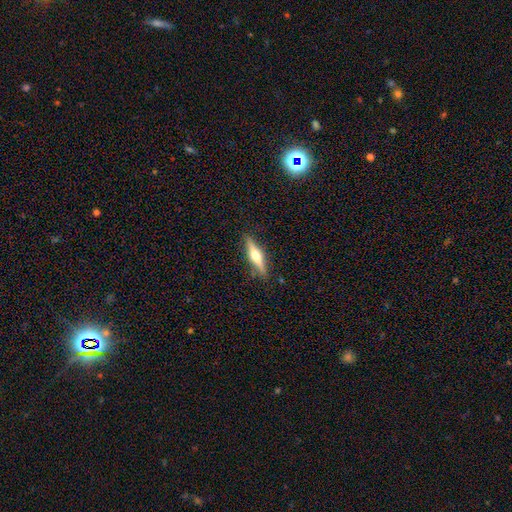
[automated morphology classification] A featured or disk galaxy (63%) viewed edge-on (96%) with a rounded central bulge (94%).

Vote fractions:
- Smooth or featured? featured or disk: 63% / smooth: 31% / star or artifact: 6%
- Edge-on disk? yes: 96% / no: 4%
- Edge-on bulge? rounded: 94% / boxy: 4% / none: 3%
- Merging? none: 88% / minor disturbance: 9% / major disturbance: 2% / merger: 1%